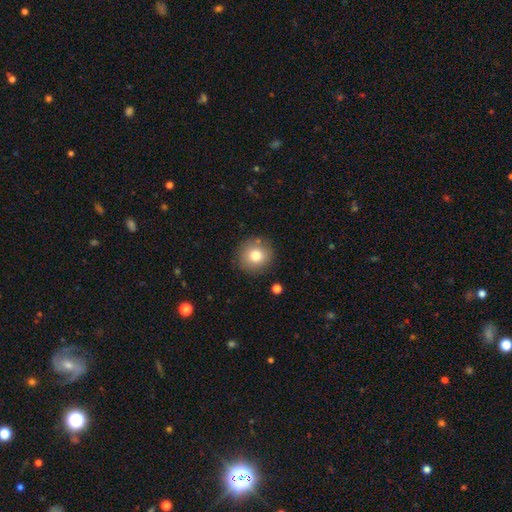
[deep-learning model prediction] Smooth or featured? Predicted: smooth (p=0.78). How rounded? Predicted: round (p=0.93). Merging? Predicted: none (p=0.86).